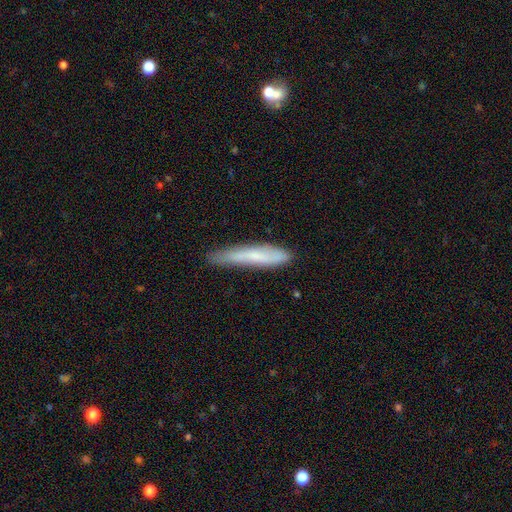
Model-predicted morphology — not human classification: smooth 59%, featured or disk 34%, star or artifact 7%. Down the decision tree: how rounded — cigar-shaped (90%); merging — none (68%).